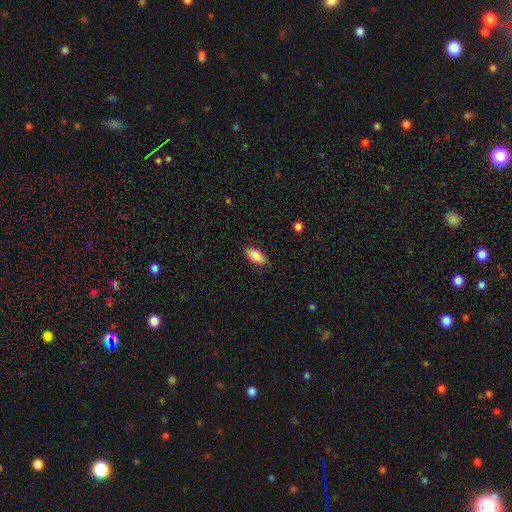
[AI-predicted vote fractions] smooth 86%, featured or disk 7%, star or artifact 7%. Down the decision tree: how rounded — in between (87%); merging — none (82%).